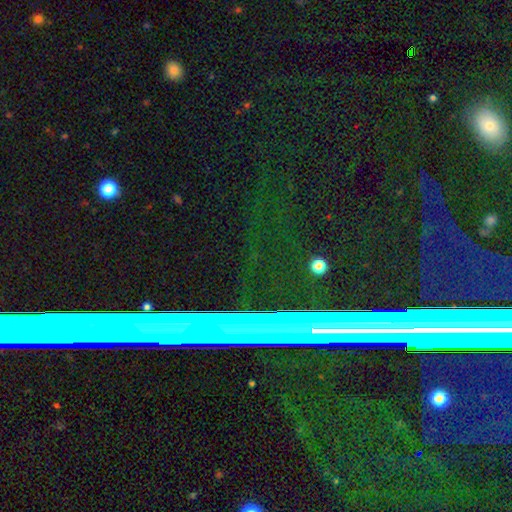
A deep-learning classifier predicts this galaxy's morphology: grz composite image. It shows a star or artifact, not a galaxy (65%).